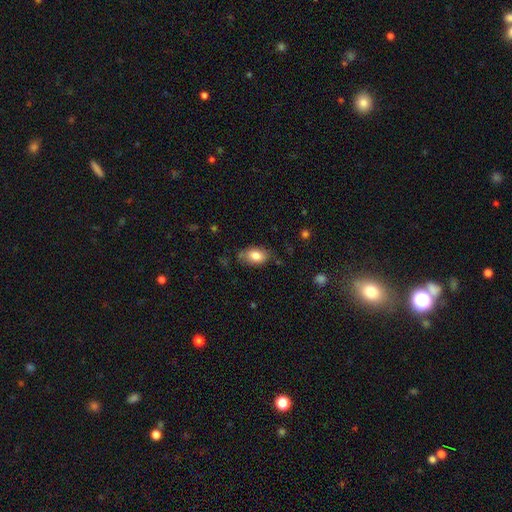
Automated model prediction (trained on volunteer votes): smooth_or_featured: smooth (p=0.81) [alt: featured or disk p=0.12]
how_rounded: in between (p=0.90) [alt: round p=0.08]
merging: none (p=0.71) [alt: minor disturbance p=0.22]